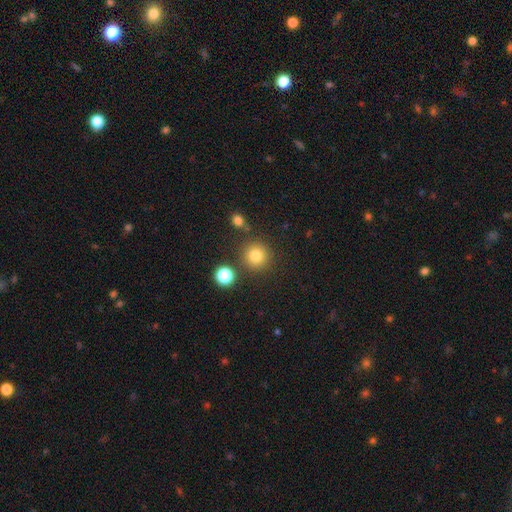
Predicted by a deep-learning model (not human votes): Smooth or featured? Predicted: smooth (p=0.82). How rounded? Predicted: round (p=0.94). Merging? Predicted: none (p=0.83).